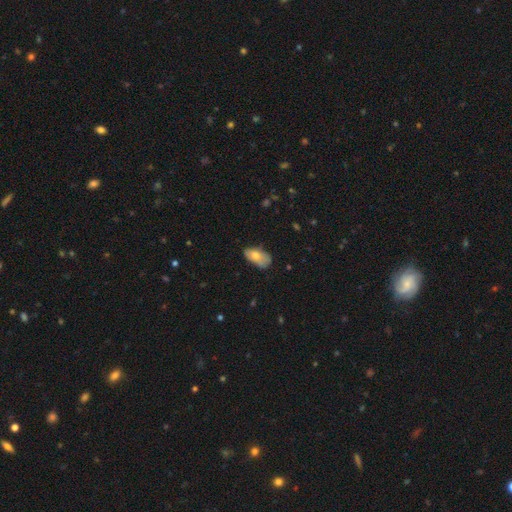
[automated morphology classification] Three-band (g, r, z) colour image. It shows a smooth galaxy with no disk features (70%) that is in between round and cigar-shaped (92%). Merging: none (46%).